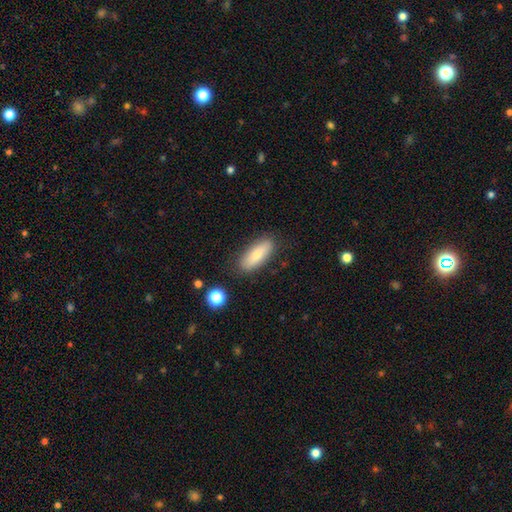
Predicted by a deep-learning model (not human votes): Smooth or featured: smooth — 74% (featured or disk — 19%)
How rounded: in between — 68% (cigar-shaped — 29%)
Merging: none — 84% (minor disturbance — 11%)